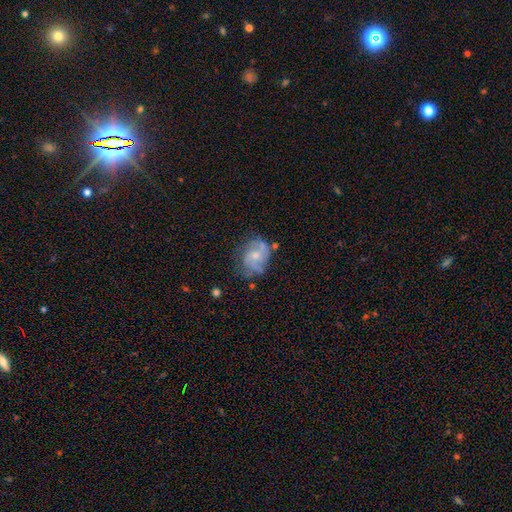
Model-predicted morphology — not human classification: This is likely a featured or disk galaxy (66%). It is clearly not viewed edge-on (98%). Bar: likely no (70%). Spiral arm pattern: likely yes (79%). Spiral arm count: marginally 2 (44%). Spiral winding: possibly medium (45%). Central bulge: possibly small (53%). Merging: possibly none (54%).